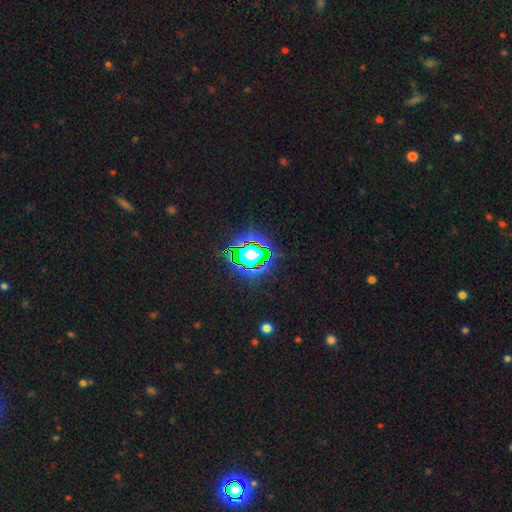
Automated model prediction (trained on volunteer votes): Morphology: type=star or artifact (83%).